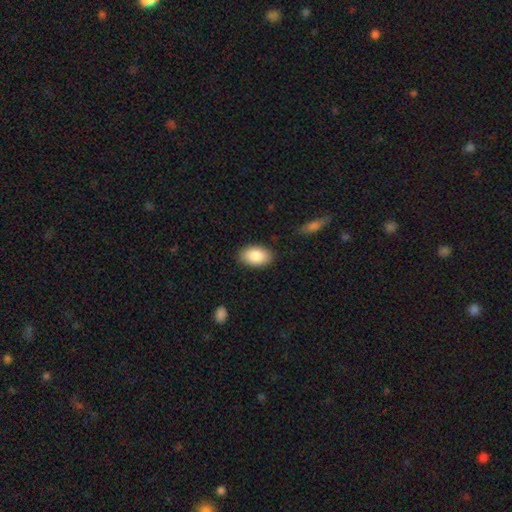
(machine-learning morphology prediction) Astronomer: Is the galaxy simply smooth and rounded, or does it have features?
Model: smooth — 87%.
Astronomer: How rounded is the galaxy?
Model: in between — 93%.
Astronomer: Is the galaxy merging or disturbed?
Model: none — 86%.